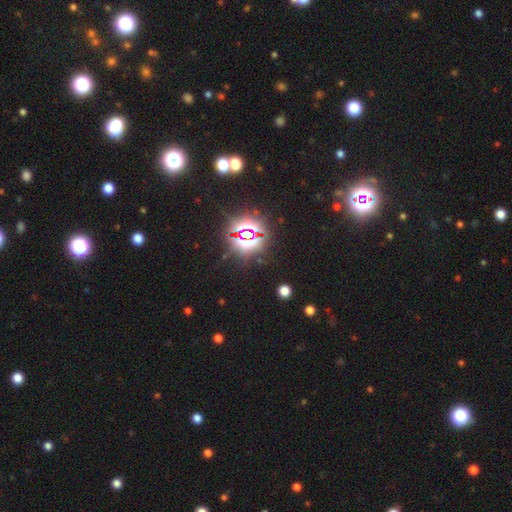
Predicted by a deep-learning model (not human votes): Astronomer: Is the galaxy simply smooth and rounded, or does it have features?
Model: star or artifact — 82%.